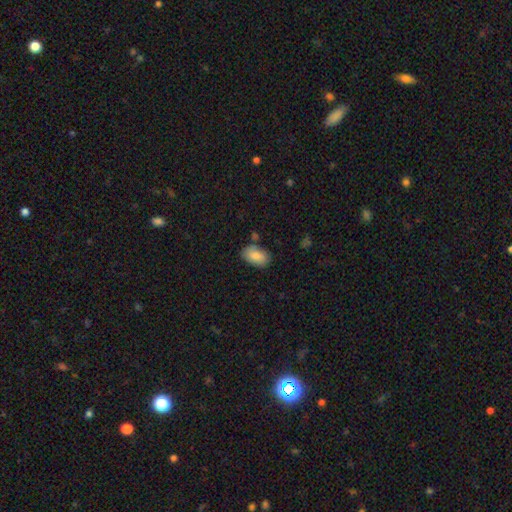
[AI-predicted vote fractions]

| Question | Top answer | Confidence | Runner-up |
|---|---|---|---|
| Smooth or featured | smooth | 83% | featured or disk (10%) |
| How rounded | in between | 93% | round (5%) |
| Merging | none | 74% | minor disturbance (16%) |